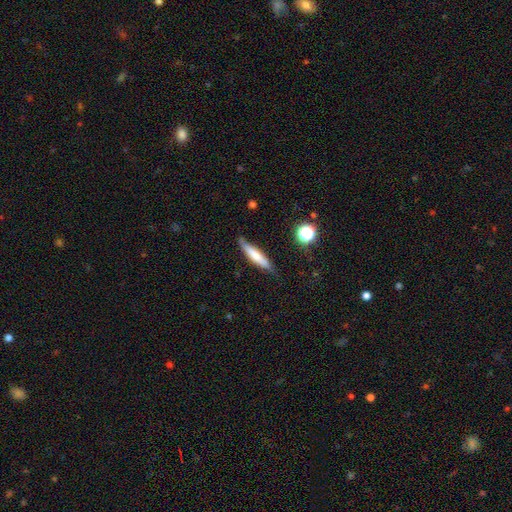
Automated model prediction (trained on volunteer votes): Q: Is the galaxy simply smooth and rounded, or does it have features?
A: smooth — 63%.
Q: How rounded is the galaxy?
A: cigar-shaped — 84%.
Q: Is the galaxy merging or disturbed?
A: none — 74%.